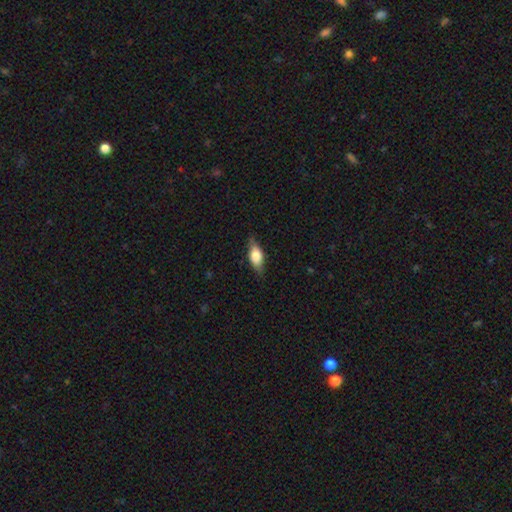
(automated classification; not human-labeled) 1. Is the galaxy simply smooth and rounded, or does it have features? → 65% smooth, 28% featured or disk, 6% star or artifact.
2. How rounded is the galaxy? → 77% in between, 18% cigar-shaped, 4% round.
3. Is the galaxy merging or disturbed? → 79% none, 16% minor disturbance, 3% major disturbance, 1% merger.